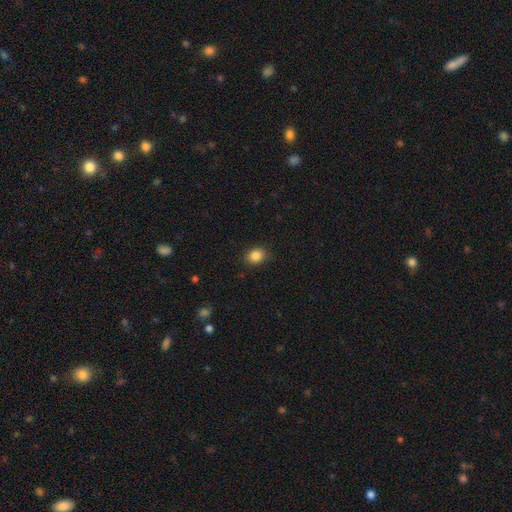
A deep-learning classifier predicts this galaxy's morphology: Smooth or featured? smooth (86%)
How rounded? in between (52%)
Merging? none (88%)